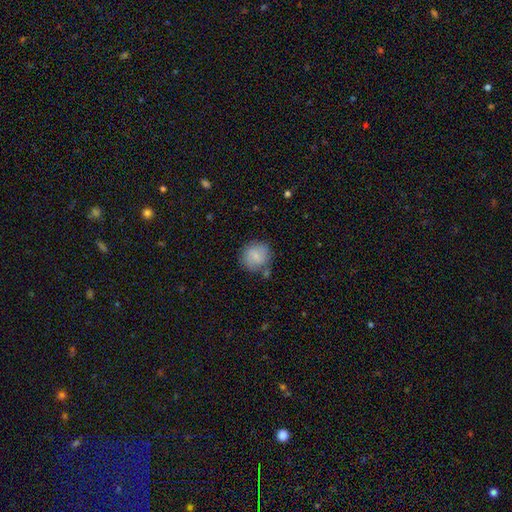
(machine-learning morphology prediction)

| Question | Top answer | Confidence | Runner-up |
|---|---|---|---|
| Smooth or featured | smooth | 77% | featured or disk (16%) |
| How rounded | round | 86% | in between (13%) |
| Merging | none | 70% | minor disturbance (17%) |